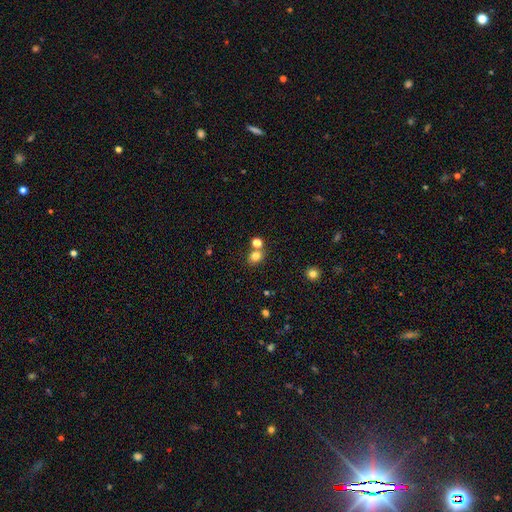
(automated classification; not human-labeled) This appears to be a smooth galaxy with no disk features (79%) that is round (59%). Merging: none (63%).